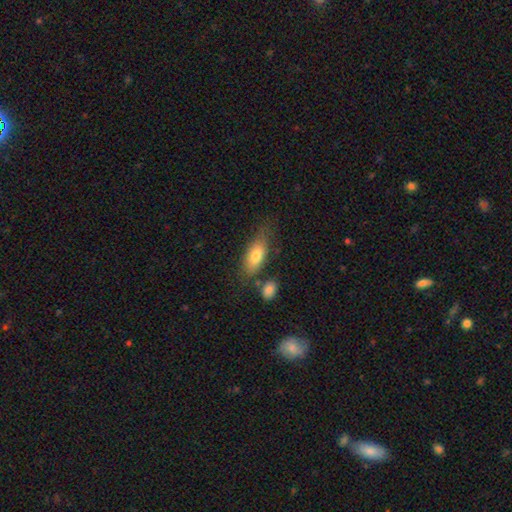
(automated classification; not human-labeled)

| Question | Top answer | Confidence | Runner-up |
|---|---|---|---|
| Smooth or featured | smooth | 76% | featured or disk (17%) |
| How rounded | in between | 80% | cigar-shaped (16%) |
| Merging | none | 61% | minor disturbance (22%) |